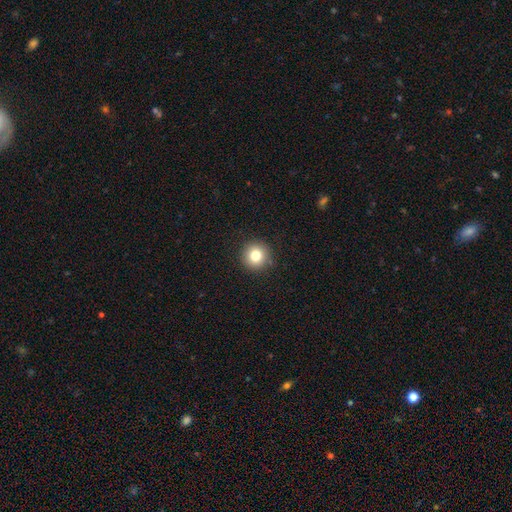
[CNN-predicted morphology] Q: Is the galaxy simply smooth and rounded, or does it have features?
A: smooth — 80%.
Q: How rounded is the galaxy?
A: round — 94%.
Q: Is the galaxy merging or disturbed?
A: none — 91%.